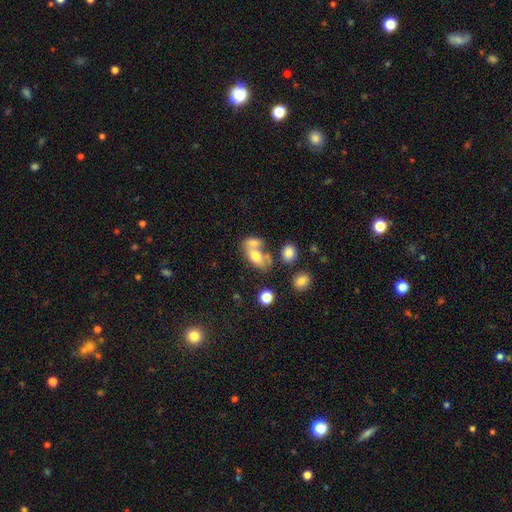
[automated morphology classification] Q: Smooth or featured?
A: smooth (68%); runner-up: featured or disk (23%)
Q: How rounded?
A: in between (84%); runner-up: round (11%)
Q: Merging?
A: merger (52%); runner-up: none (29%)